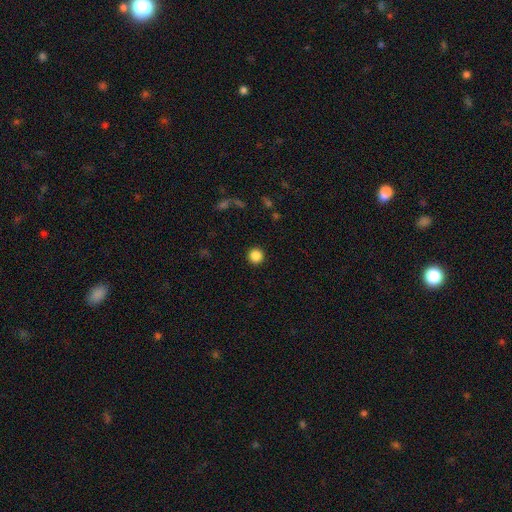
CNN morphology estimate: smooth_or_featured: smooth (p=0.86) [alt: star or artifact p=0.11]
how_rounded: round (p=0.95) [alt: in between p=0.04]
merging: none (p=0.92) [alt: minor disturbance p=0.05]